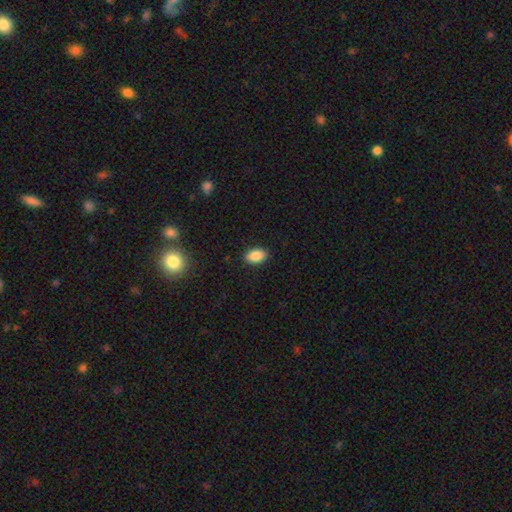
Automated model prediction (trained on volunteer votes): A smooth galaxy with no disk features (86%) that is in between round and cigar-shaped (89%). Merging: none (89%).